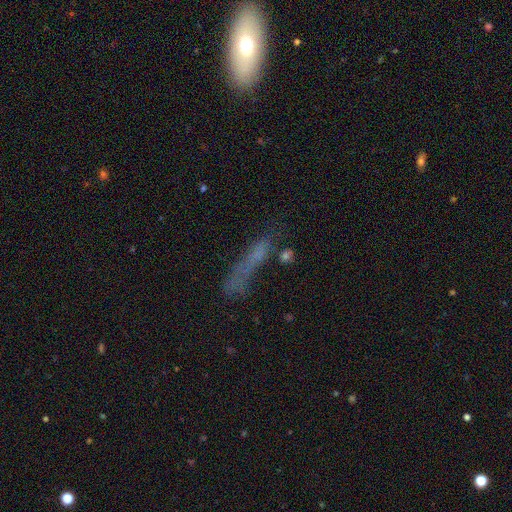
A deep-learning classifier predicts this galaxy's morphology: Q: Smooth or featured?
A: smooth (51%); runner-up: featured or disk (28%)
Q: How rounded?
A: cigar-shaped (80%); runner-up: in between (16%)
Q: Merging?
A: none (44%); runner-up: major disturbance (23%)